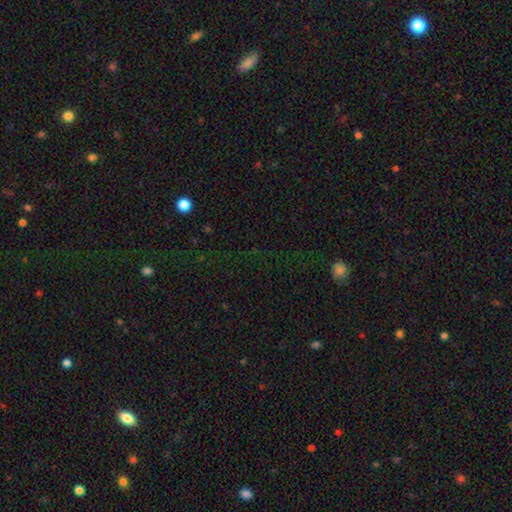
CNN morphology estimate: smooth-or-featured: star or artifact: 67% | smooth: 21% | featured or disk: 11%